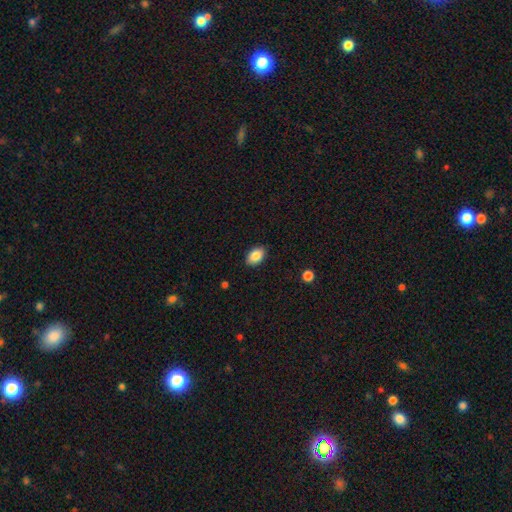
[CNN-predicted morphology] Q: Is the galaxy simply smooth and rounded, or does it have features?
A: smooth — 87%.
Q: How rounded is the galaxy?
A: in between — 88%.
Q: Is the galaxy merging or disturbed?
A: none — 88%.